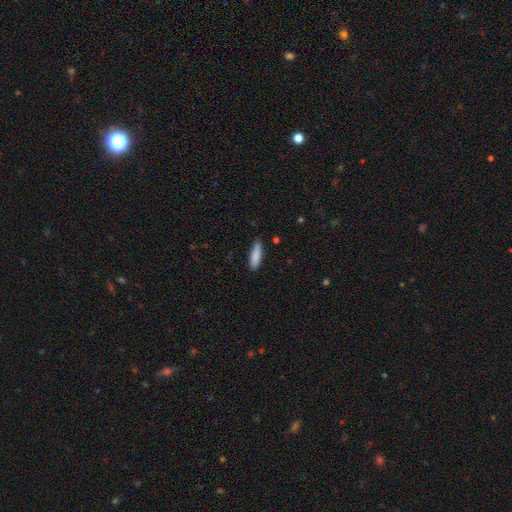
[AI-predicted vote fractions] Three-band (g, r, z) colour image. It shows a smooth galaxy with no disk features (87%) that is cigar-shaped (62%). Merging: none (83%).